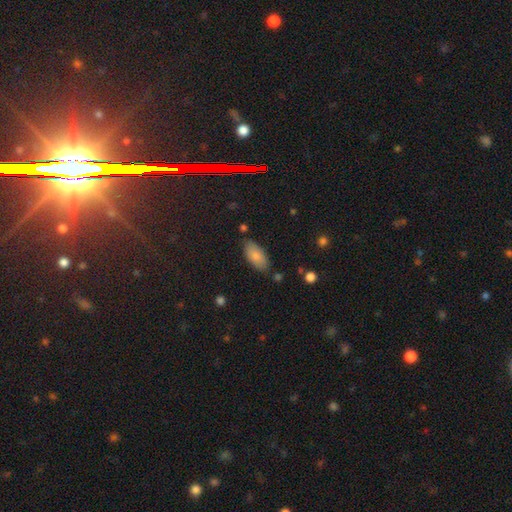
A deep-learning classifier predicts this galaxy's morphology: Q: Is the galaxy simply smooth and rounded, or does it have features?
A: smooth — 82%.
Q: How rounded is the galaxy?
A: in between — 92%.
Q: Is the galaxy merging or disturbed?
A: none — 79%.